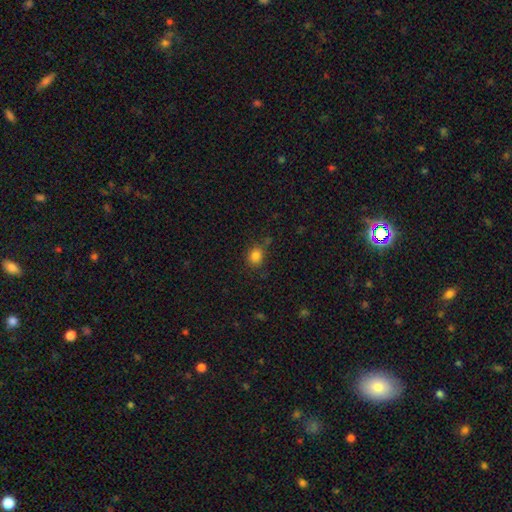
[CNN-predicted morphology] Q: Smooth or featured?
A: smooth (83%); runner-up: star or artifact (12%)
Q: How rounded?
A: round (60%); runner-up: in between (39%)
Q: Merging?
A: none (73%); runner-up: minor disturbance (17%)